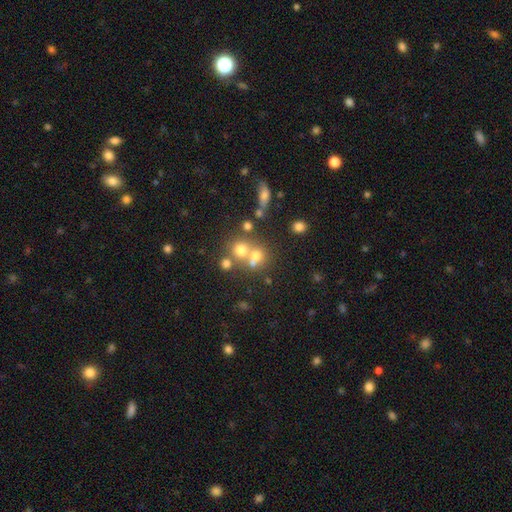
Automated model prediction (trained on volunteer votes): smooth_or_featured: smooth (p=0.63) [alt: star or artifact p=0.19]
how_rounded: round (p=0.80) [alt: in between p=0.18]
merging: none (p=0.44) [alt: merger p=0.43]